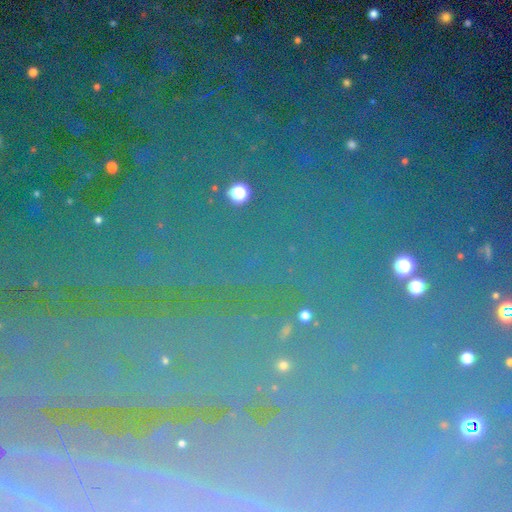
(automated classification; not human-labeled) star or artifact 76%, smooth 13%, featured or disk 11%.